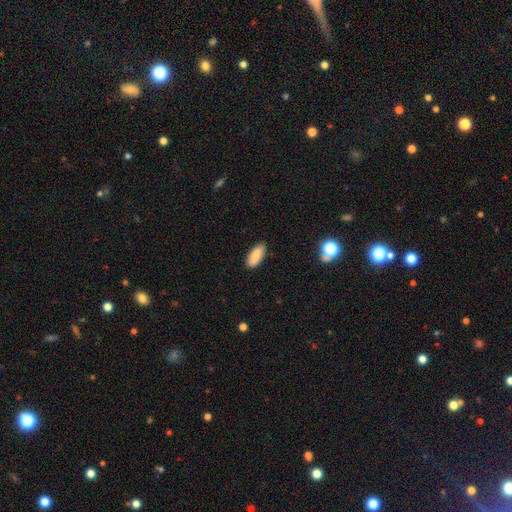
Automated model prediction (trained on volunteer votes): This appears to be a smooth galaxy with no disk features (79%) that is in between round and cigar-shaped (81%). Merging: none (87%).